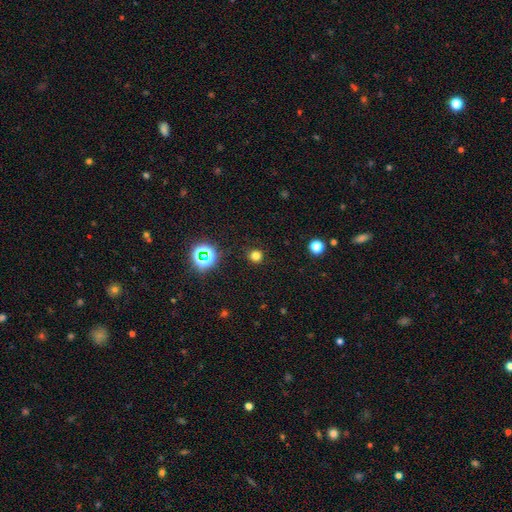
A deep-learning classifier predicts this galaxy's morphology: The model was most divided on "smooth or featured": smooth: 74%, star or artifact: 21%, featured or disk: 4%. More confident: how rounded — round (93%); merging — none (89%).